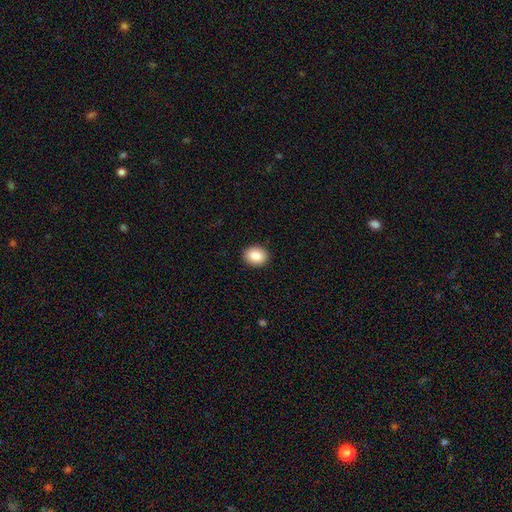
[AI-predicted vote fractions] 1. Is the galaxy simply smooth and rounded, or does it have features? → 87% smooth, 8% star or artifact, 5% featured or disk.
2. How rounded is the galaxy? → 51% in between, 48% round, 1% cigar-shaped.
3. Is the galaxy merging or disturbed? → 91% none, 6% minor disturbance, 2% major disturbance, 1% merger.